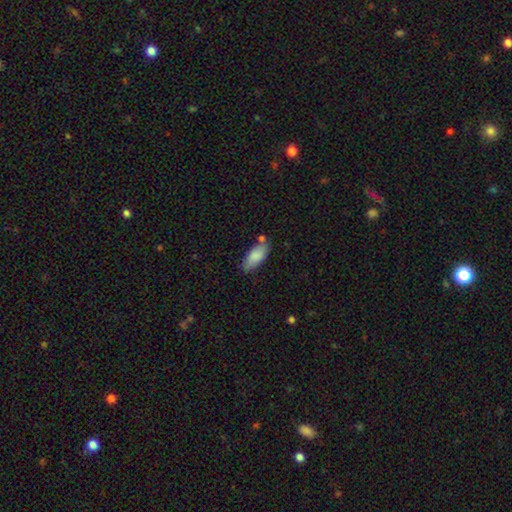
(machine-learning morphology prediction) This is clearly a smooth galaxy (84%). How rounded: clearly in between (84%). Merging: likely none (65%).